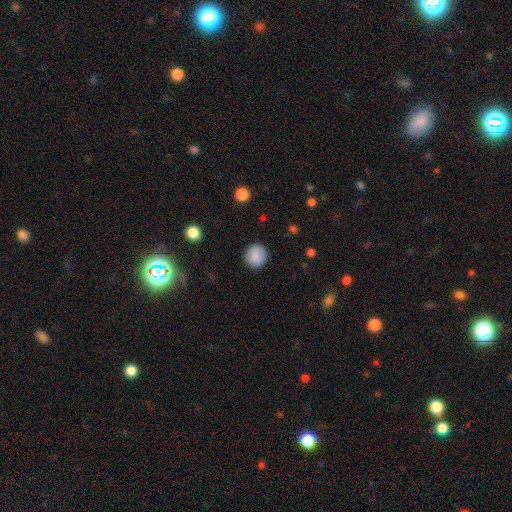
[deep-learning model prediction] Smooth or featured? Predicted: smooth (p=0.86). How rounded? Predicted: round (p=0.92). Merging? Predicted: none (p=0.90).